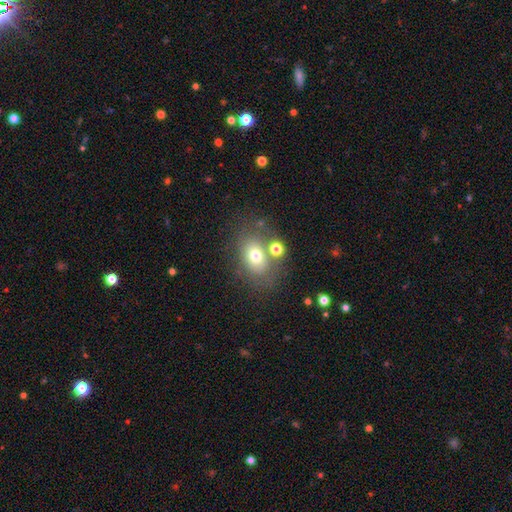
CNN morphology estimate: Smooth or featured?
  - smooth: 67% *
  - featured or disk: 21%
  - star or artifact: 12%
How rounded?
  - in between: 70% *
  - round: 28%
  - cigar-shaped: 1%
Merging?
  - none: 60% *
  - merger: 17%
  - minor disturbance: 15%
  - major disturbance: 8%